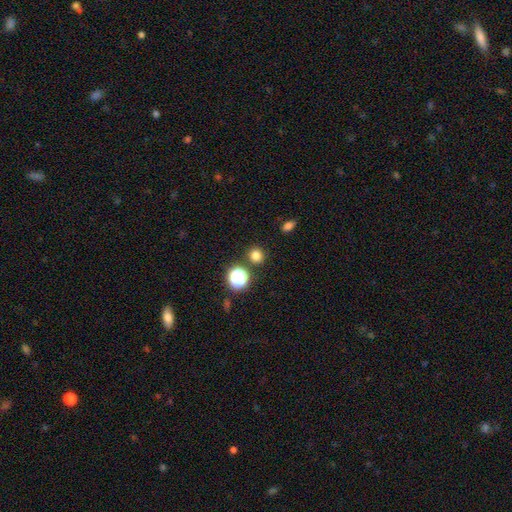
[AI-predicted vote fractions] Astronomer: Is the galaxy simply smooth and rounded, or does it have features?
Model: smooth — 78%.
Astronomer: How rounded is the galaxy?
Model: round — 90%.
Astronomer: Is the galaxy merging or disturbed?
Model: none — 87%.